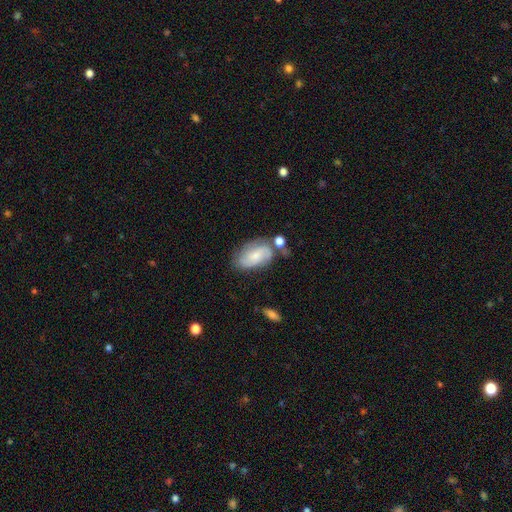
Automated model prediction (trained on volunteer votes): A featured or disk galaxy (49%).

Vote fractions:
- Smooth or featured? featured or disk: 49% / smooth: 43% / star or artifact: 7%
- Merging? none: 55% / minor disturbance: 23% / merger: 13% / major disturbance: 9%